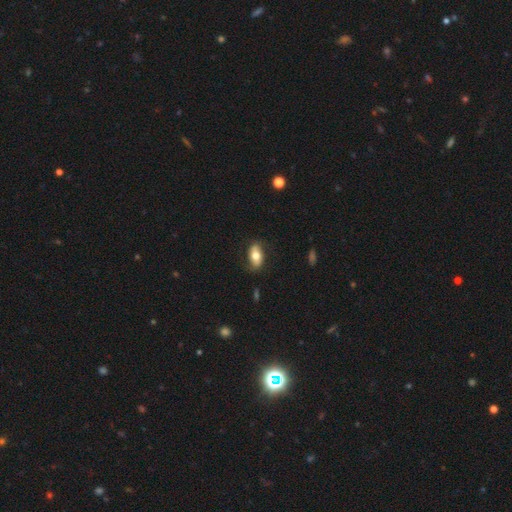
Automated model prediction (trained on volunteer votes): smooth 65%, featured or disk 29%, star or artifact 7%. Down the decision tree: how rounded — in between (90%); merging — none (77%).